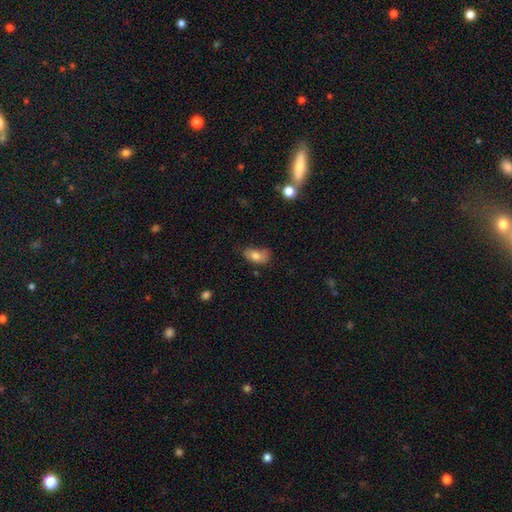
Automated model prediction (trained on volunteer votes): smooth_or_featured: smooth (p=0.79) [alt: featured or disk p=0.12]
how_rounded: in between (p=0.89) [alt: round p=0.08]
merging: none (p=0.49) [alt: minor disturbance p=0.36]